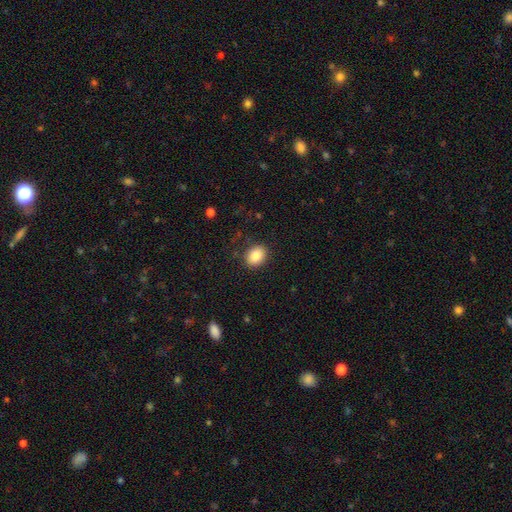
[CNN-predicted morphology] Smooth or featured?
  - smooth: 85% *
  - star or artifact: 9%
  - featured or disk: 7%
How rounded?
  - in between: 57% *
  - round: 42%
  - cigar-shaped: 1%
Merging?
  - none: 87% *
  - minor disturbance: 9%
  - major disturbance: 3%
  - merger: 1%